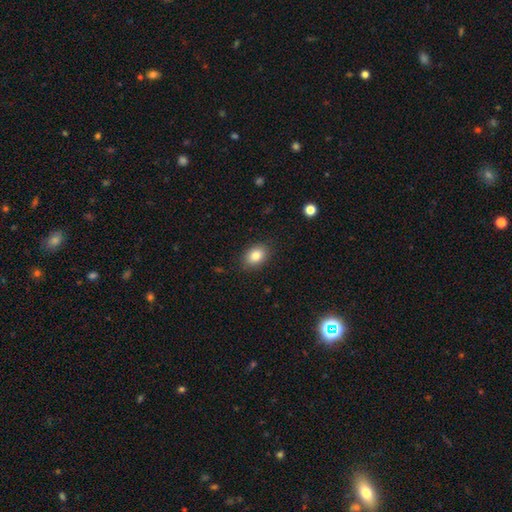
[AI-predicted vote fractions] Smooth or featured? Predicted: smooth (p=0.82). How rounded? Predicted: in between (p=0.73). Merging? Predicted: none (p=0.87).